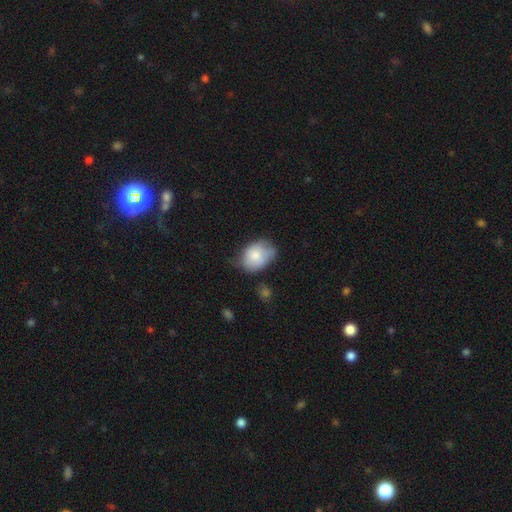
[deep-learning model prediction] The model was most divided on "merging" (2-way tie): none: 41%, minor disturbance: 41%, major disturbance: 13%, merger: 5%. More confident: smooth or featured — smooth (77%); how rounded — in between (71%).